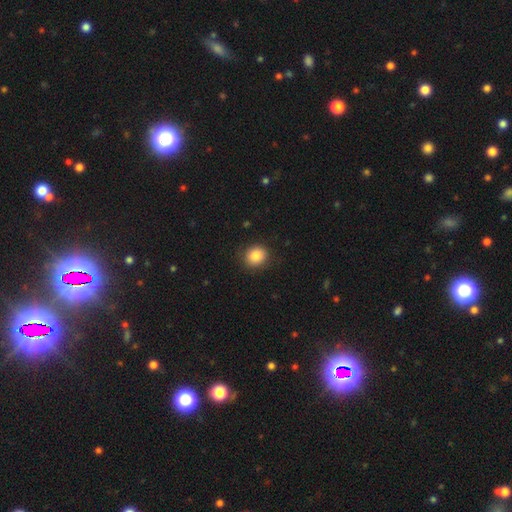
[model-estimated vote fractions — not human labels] smooth_or_featured: smooth (p=0.86) [alt: star or artifact p=0.09]
how_rounded: round (p=0.70) [alt: in between p=0.30]
merging: none (p=0.88) [alt: minor disturbance p=0.09]